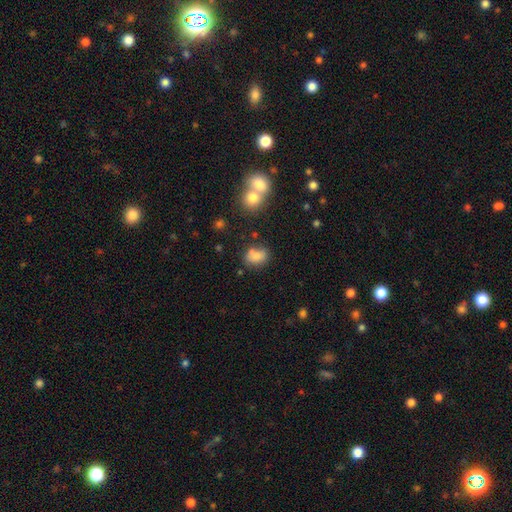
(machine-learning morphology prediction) Overall: smooth (80%). How rounded: in between (68%; round 30%). Merging: none (63%).